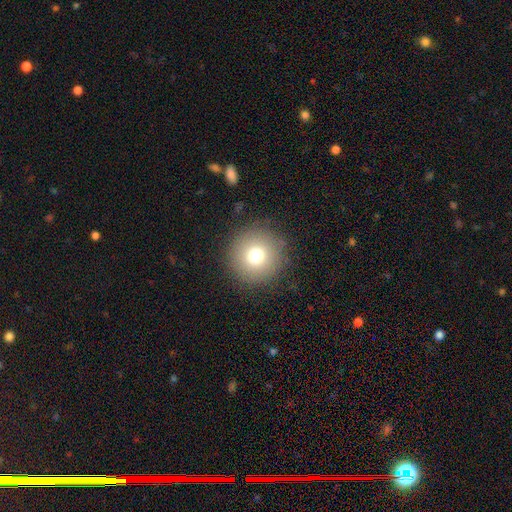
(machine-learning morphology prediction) smooth_or_featured: smooth (p=0.75) [alt: star or artifact p=0.14]
how_rounded: round (p=0.96) [alt: in between p=0.03]
merging: none (p=0.88) [alt: minor disturbance p=0.07]